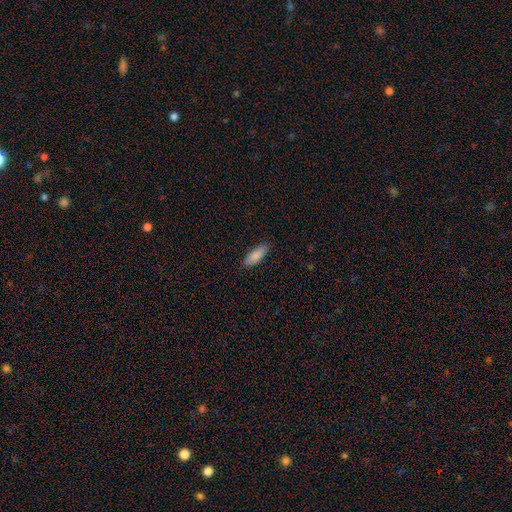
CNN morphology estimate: Smooth or featured?
  - smooth: 88% *
  - featured or disk: 6%
  - star or artifact: 6%
How rounded?
  - in between: 70% *
  - cigar-shaped: 29%
  - round: 2%
Merging?
  - none: 87% *
  - minor disturbance: 10%
  - major disturbance: 2%
  - merger: 1%